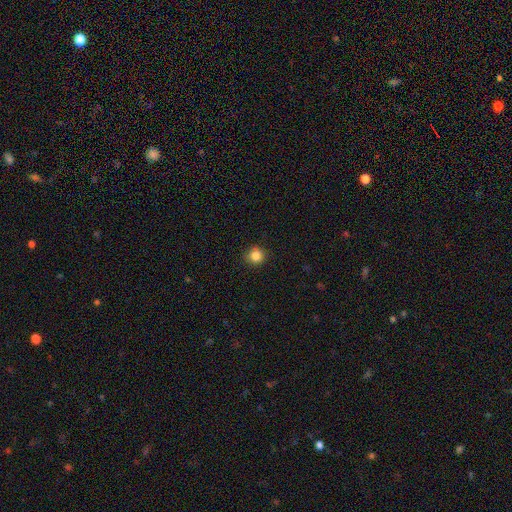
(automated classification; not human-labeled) A smooth galaxy with no disk features (85%) that is round (93%).

Vote fractions:
- Smooth or featured? smooth: 85% / star or artifact: 11% / featured or disk: 4%
- How rounded? round: 93% / in between: 6% / cigar-shaped: 1%
- Merging? none: 89% / minor disturbance: 8% / major disturbance: 2% / merger: 1%